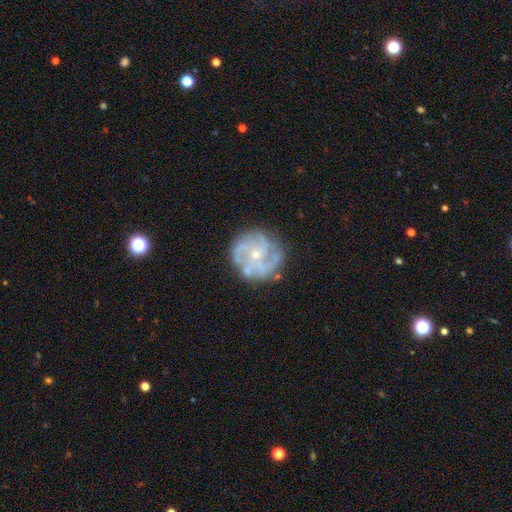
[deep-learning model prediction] A featured or disk galaxy (83%) with no bar (71%), 3 (31%) tight (45%) spiral arms (91%) and a small central bulge (69%). Merging: none (73%).